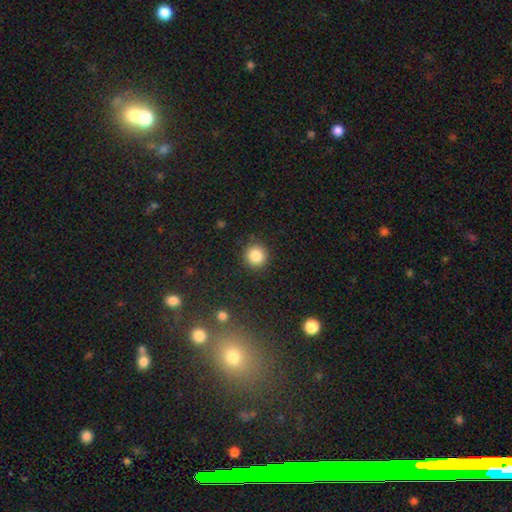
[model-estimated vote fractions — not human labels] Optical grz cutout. It shows a smooth galaxy with no disk features (85%) that is round (94%). Merging: none (90%).